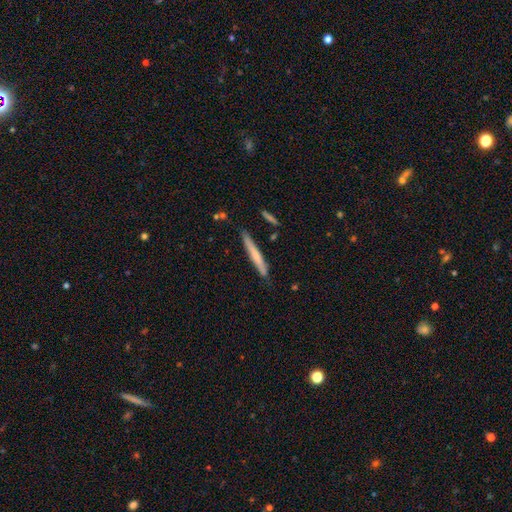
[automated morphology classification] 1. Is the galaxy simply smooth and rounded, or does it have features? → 60% smooth, 35% featured or disk, 6% star or artifact.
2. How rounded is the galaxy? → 96% cigar-shaped, 3% in between, 1% round.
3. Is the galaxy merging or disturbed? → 84% none, 12% minor disturbance, 2% merger, 2% major disturbance.